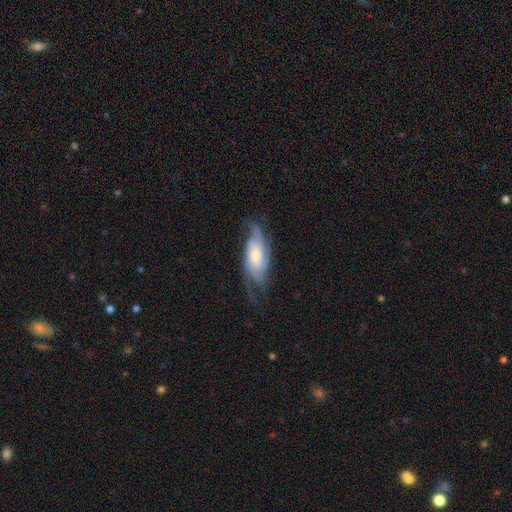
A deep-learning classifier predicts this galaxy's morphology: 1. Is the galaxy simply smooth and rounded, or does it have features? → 73% featured or disk, 21% smooth, 6% star or artifact.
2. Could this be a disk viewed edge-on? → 89% no, 11% yes.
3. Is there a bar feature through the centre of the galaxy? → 67% no, 25% weak, 7% strong.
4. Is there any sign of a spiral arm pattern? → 92% yes, 8% no.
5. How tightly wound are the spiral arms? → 42% medium, 31% tight, 27% loose.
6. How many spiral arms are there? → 39% 2, 25% can't tell, 20% 3, 7% 4, 5% 1, 4% more than 4.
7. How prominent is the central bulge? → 44% moderate, 43% small, 8% large, 3% none, 2% dominant.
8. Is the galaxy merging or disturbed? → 58% none, 24% minor disturbance, 17% major disturbance, 1% merger.